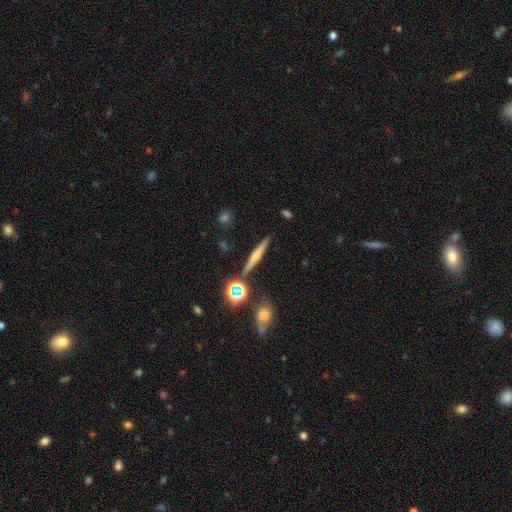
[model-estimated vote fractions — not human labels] smooth-or-featured: featured or disk: 55% | smooth: 33% | star or artifact: 12%
  disk-edge-on: yes: 96% | no: 4%
    edge-on-bulge: rounded: 78% | none: 14% | boxy: 8%
  merging: none: 87% | minor disturbance: 7% | merger: 3% | major disturbance: 2%